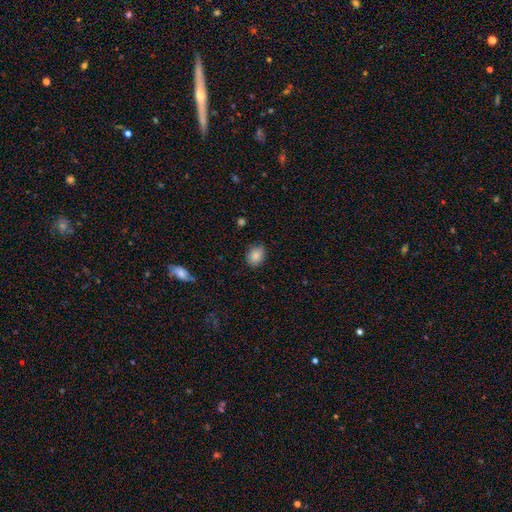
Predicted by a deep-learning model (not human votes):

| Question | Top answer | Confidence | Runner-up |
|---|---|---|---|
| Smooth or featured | smooth | 87% | star or artifact (9%) |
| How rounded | in between | 60% | round (39%) |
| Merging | none | 84% | minor disturbance (12%) |